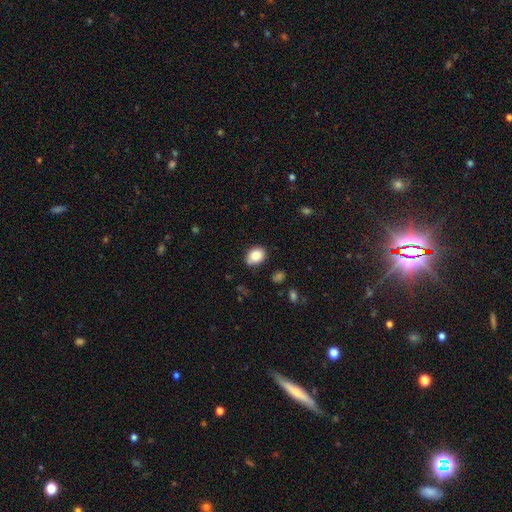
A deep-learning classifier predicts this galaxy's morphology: smooth_or_featured: smooth (p=0.87) [alt: star or artifact p=0.08]
how_rounded: in between (p=0.60) [alt: round p=0.39]
merging: none (p=0.74) [alt: minor disturbance p=0.19]